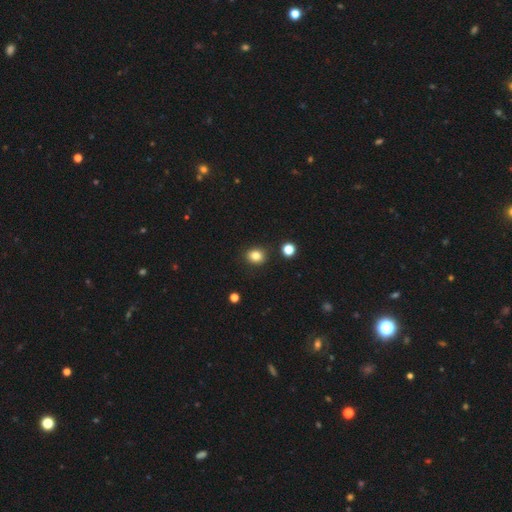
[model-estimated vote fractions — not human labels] Smooth or featured: smooth — 83% (star or artifact — 11%)
How rounded: round — 67% (in between — 32%)
Merging: none — 88% (minor disturbance — 7%)